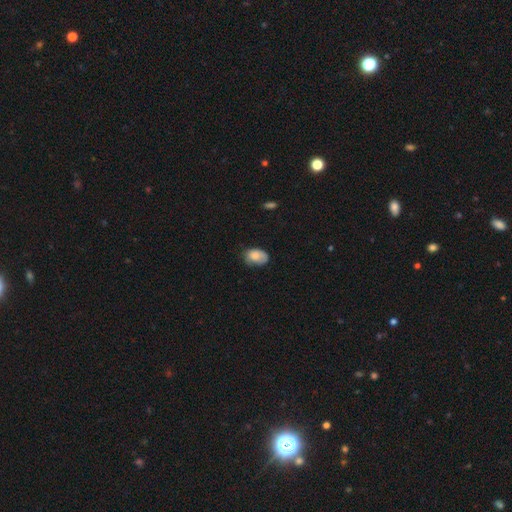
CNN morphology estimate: type=smooth (78%); roundness=in between (83%); merging=none (49%).